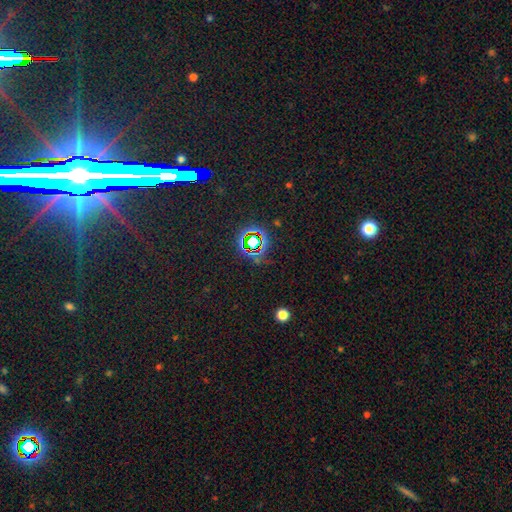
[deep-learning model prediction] Q: Smooth or featured?
A: star or artifact (72%); runner-up: smooth (15%)